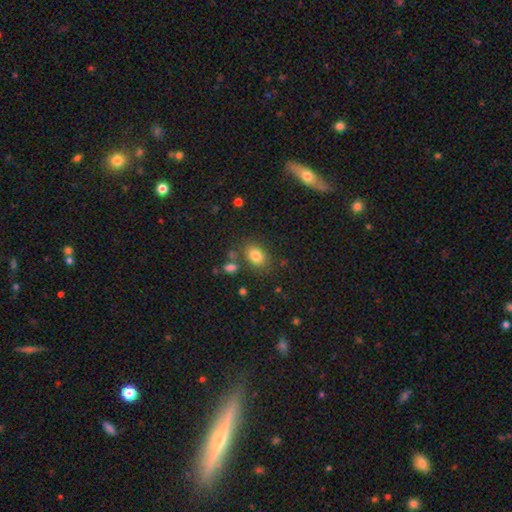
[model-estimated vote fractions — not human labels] This is clearly a smooth galaxy (81%). How rounded: likely in between (74%). Merging: likely none (75%).